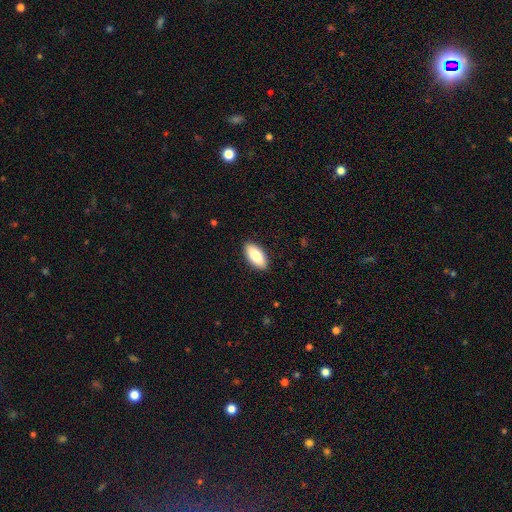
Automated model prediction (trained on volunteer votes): A smooth galaxy with no disk features (82%) that is in between round and cigar-shaped (91%).

Vote fractions:
- Smooth or featured? smooth: 82% / featured or disk: 12% / star or artifact: 6%
- How rounded? in between: 91% / cigar-shaped: 7% / round: 2%
- Merging? none: 90% / minor disturbance: 7% / major disturbance: 2% / merger: 1%